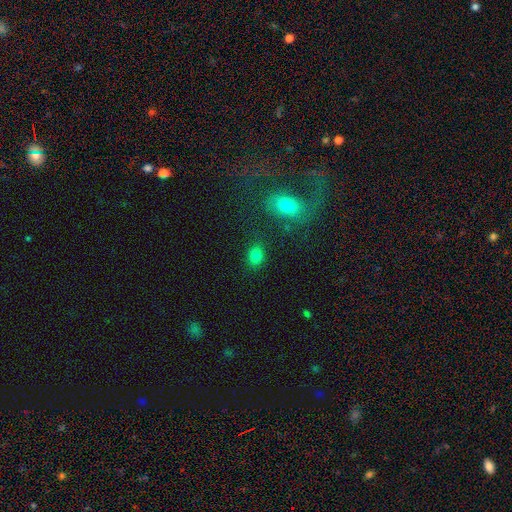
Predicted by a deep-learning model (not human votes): Smooth or featured? Predicted: smooth (p=0.80). How rounded? Predicted: in between (p=0.53). Merging? Predicted: none (p=0.80).